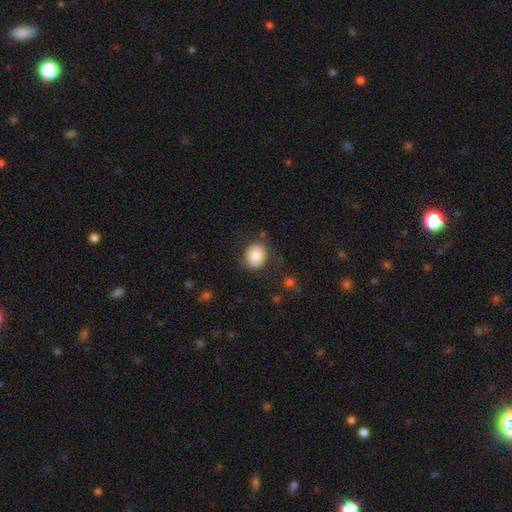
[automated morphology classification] A smooth galaxy with no disk features (82%) that is round (64%).

Vote fractions:
- Smooth or featured? smooth: 82% / featured or disk: 10% / star or artifact: 8%
- How rounded? round: 64% / in between: 35% / cigar-shaped: 1%
- Merging? none: 76% / minor disturbance: 16% / major disturbance: 7% / merger: 2%